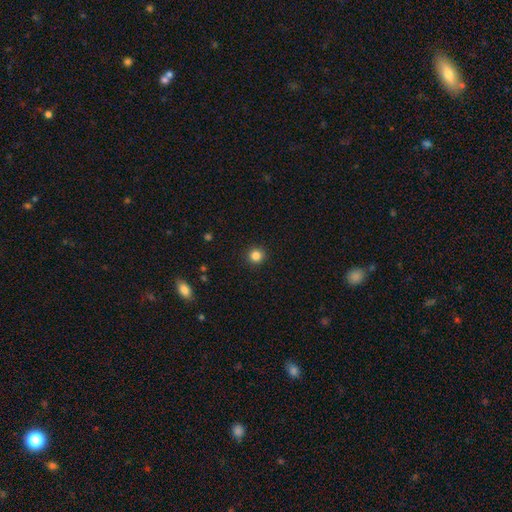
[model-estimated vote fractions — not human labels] Smooth or featured?
  - smooth: 84% *
  - star or artifact: 12%
  - featured or disk: 4%
How rounded?
  - round: 95% *
  - in between: 4%
  - cigar-shaped: 1%
Merging?
  - none: 92% *
  - minor disturbance: 5%
  - major disturbance: 2%
  - merger: 1%